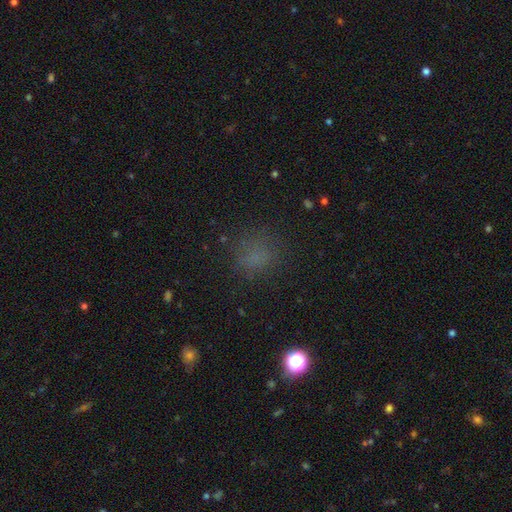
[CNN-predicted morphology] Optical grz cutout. It shows a smooth galaxy with no disk features (67%) that is round (78%). Merging: none (77%).